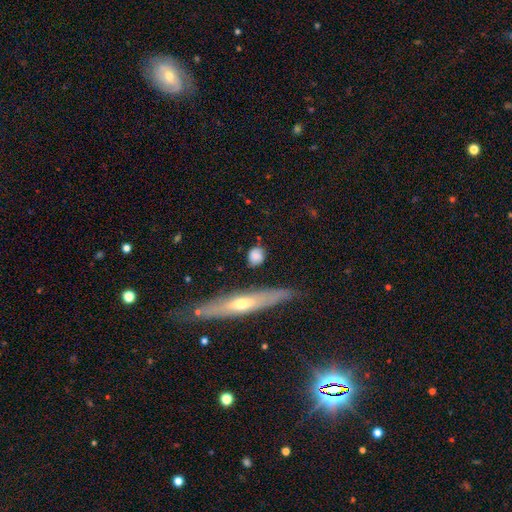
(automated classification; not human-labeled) Smooth or featured? Predicted: smooth (p=0.77). How rounded? Predicted: round (p=0.57). Merging? Predicted: none (p=0.74).